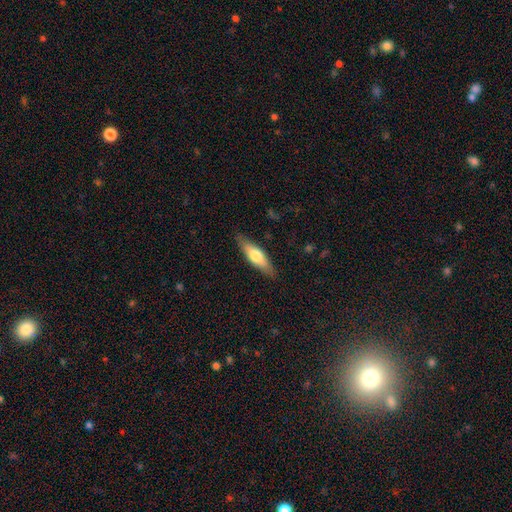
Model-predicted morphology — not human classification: Smooth or featured?
  - smooth: 61% *
  - featured or disk: 34%
  - star or artifact: 5%
How rounded?
  - cigar-shaped: 61% *
  - in between: 38%
  - round: 2%
Merging?
  - none: 86% *
  - minor disturbance: 11%
  - major disturbance: 2%
  - merger: 1%